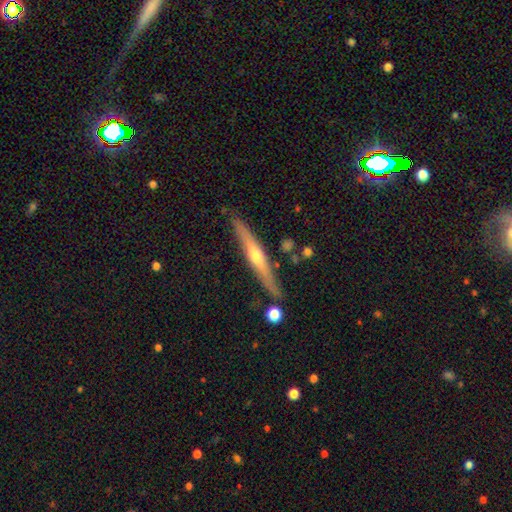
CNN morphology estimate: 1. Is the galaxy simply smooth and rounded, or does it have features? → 63% featured or disk, 31% smooth, 6% star or artifact.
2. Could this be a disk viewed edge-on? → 94% yes, 6% no.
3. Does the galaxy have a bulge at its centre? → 73% rounded, 21% none, 5% boxy.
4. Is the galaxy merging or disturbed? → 82% none, 12% minor disturbance, 3% merger, 2% major disturbance.